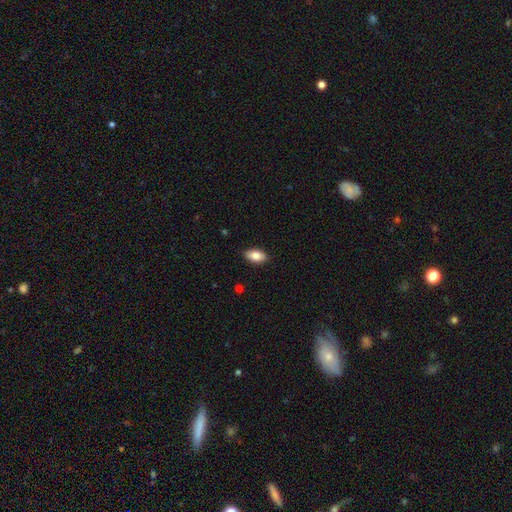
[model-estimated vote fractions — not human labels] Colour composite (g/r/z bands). It shows a smooth galaxy with no disk features (84%) that is in between round and cigar-shaped (92%). Merging: none (88%).